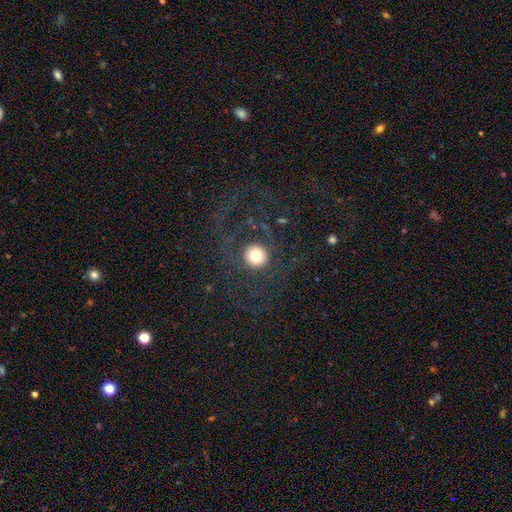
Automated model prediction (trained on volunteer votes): smooth_or_featured: smooth (p=0.64) [alt: featured or disk p=0.21]
how_rounded: round (p=0.93) [alt: in between p=0.06]
merging: none (p=0.75) [alt: major disturbance p=0.15]